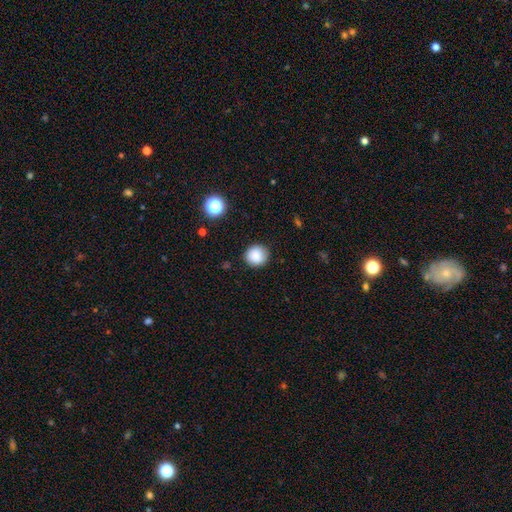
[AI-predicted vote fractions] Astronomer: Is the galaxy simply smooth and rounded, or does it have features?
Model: smooth — 87%.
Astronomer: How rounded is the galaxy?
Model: round — 92%.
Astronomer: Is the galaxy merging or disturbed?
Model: none — 87%.